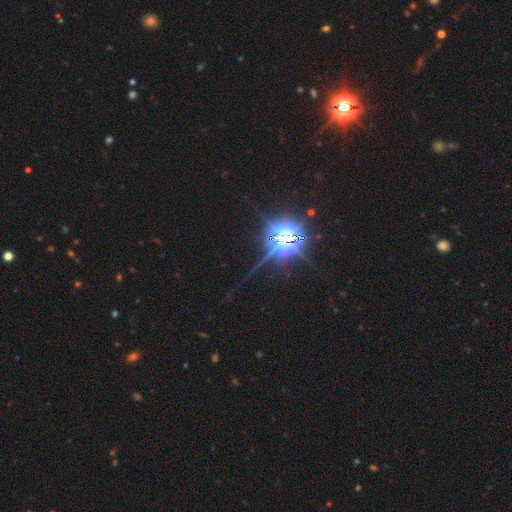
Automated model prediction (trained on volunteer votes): Morphology: type=star or artifact (85%).